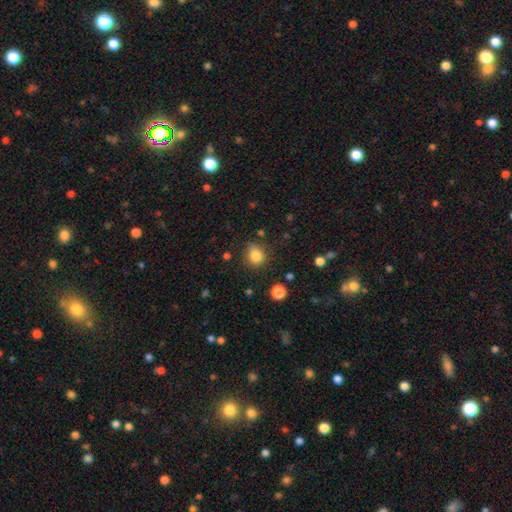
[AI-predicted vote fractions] Smooth or featured? smooth (82%)
How rounded? round (69%)
Merging? none (69%)